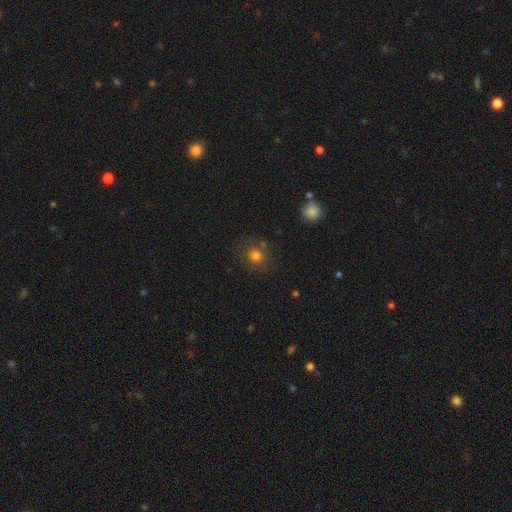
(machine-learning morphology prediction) smooth_or_featured: smooth (p=0.77) [alt: star or artifact p=0.15]
how_rounded: round (p=0.85) [alt: in between p=0.14]
merging: none (p=0.79) [alt: minor disturbance p=0.12]